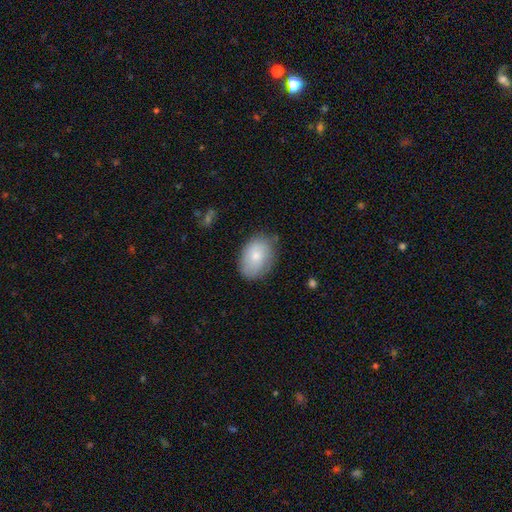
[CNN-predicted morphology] Smooth or featured: smooth — 75% (featured or disk — 19%)
How rounded: in between — 79% (round — 19%)
Merging: none — 74% (minor disturbance — 20%)